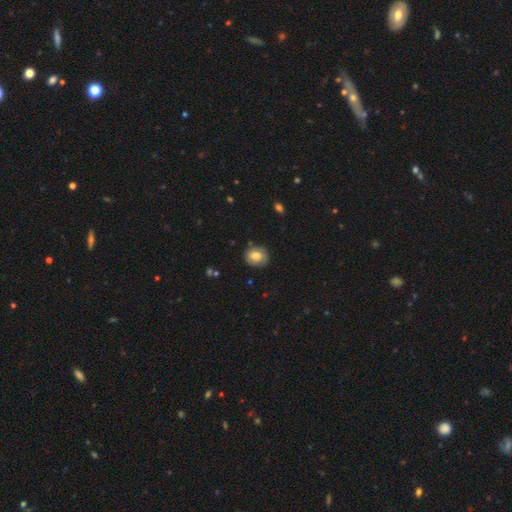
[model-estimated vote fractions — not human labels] The model was most divided on "how rounded": round: 65%, in between: 34%, cigar-shaped: 1%. More confident: smooth or featured — smooth (80%); merging — none (80%).